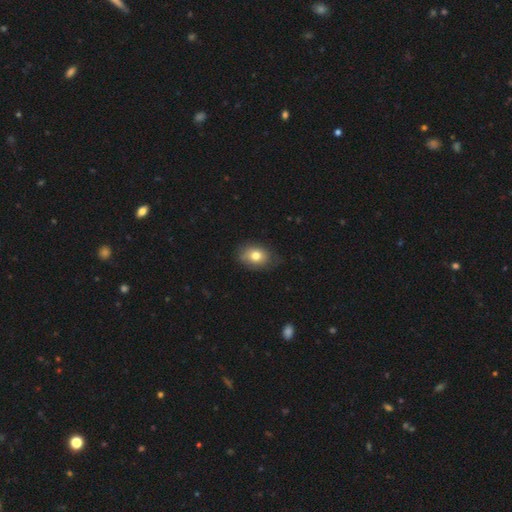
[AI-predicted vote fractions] Overall: smooth (77%). How rounded: in between (68%; round 30%). Merging: none (74%).